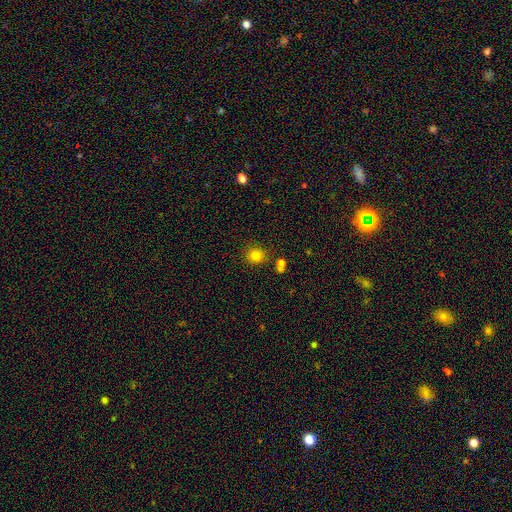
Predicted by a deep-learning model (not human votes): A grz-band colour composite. It shows a smooth galaxy with no disk features (81%) that is round (88%). Merging: none (81%).